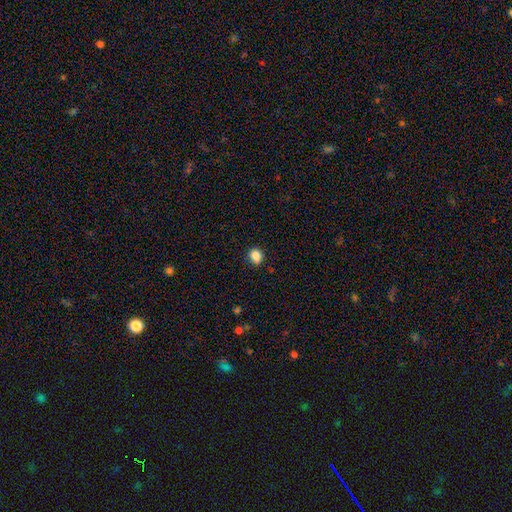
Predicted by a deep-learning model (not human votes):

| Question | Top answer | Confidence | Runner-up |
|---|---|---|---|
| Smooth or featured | smooth | 86% | star or artifact (10%) |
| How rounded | round | 66% | in between (34%) |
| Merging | none | 89% | minor disturbance (7%) |